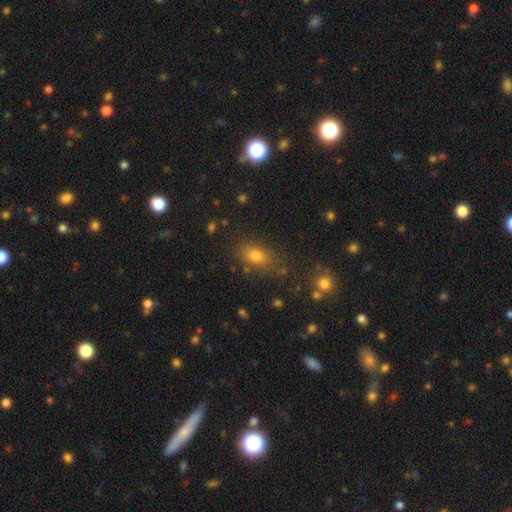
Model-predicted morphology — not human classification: A smooth galaxy with no disk features (74%) that is in between round and cigar-shaped (76%). Merging: none (77%).